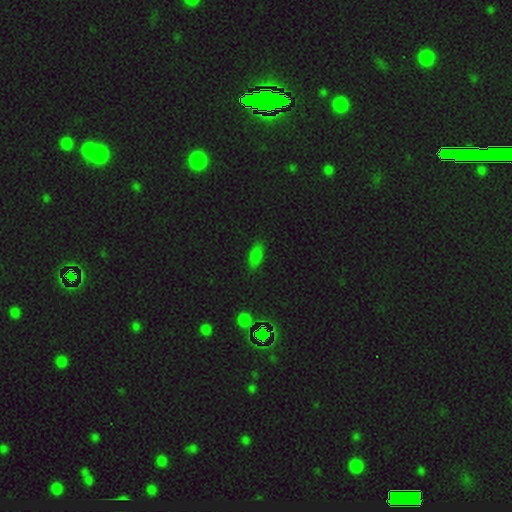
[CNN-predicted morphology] smooth 77%, star or artifact 16%, featured or disk 7%. Down the decision tree: how rounded — in between (83%); merging — none (83%).